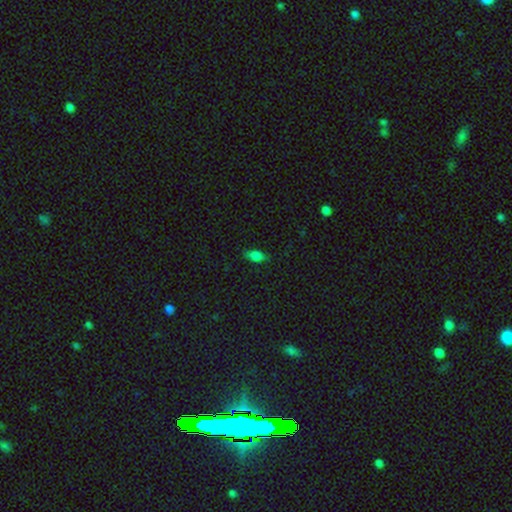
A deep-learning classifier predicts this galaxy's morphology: smooth-or-featured: smooth: 77% | star or artifact: 12% | featured or disk: 10%
  how-rounded: in between: 84% | cigar-shaped: 11% | round: 5%
  merging: none: 80% | minor disturbance: 16% | major disturbance: 3% | merger: 1%